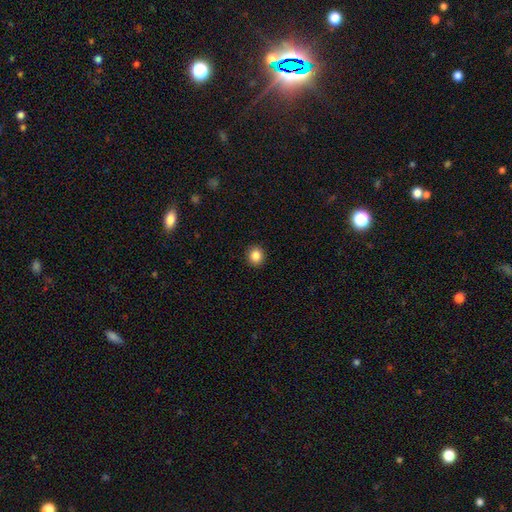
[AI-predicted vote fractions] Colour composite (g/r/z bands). It shows a smooth galaxy with no disk features (86%) that is round (91%). Merging: none (93%).